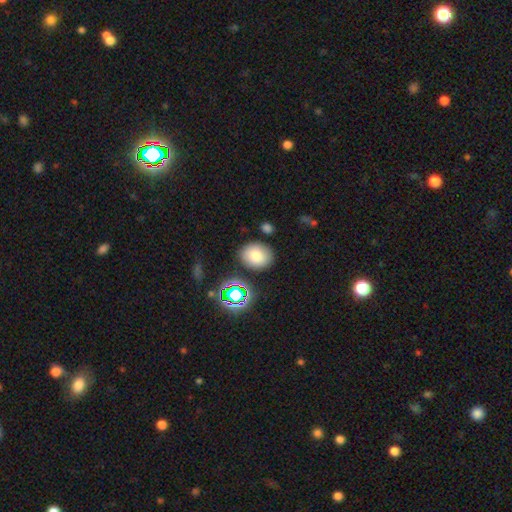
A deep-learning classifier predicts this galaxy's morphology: Overall: smooth (76%). How rounded: in between (50%; round 49%). Merging: none (83%).